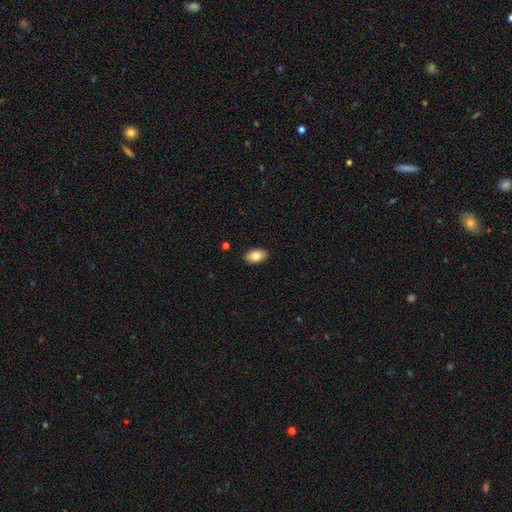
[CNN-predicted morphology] A smooth galaxy with no disk features (81%) that is in between round and cigar-shaped (92%).

Vote fractions:
- Smooth or featured? smooth: 81% / featured or disk: 11% / star or artifact: 7%
- How rounded? in between: 92% / round: 7% / cigar-shaped: 1%
- Merging? none: 90% / minor disturbance: 8% / major disturbance: 2% / merger: 1%